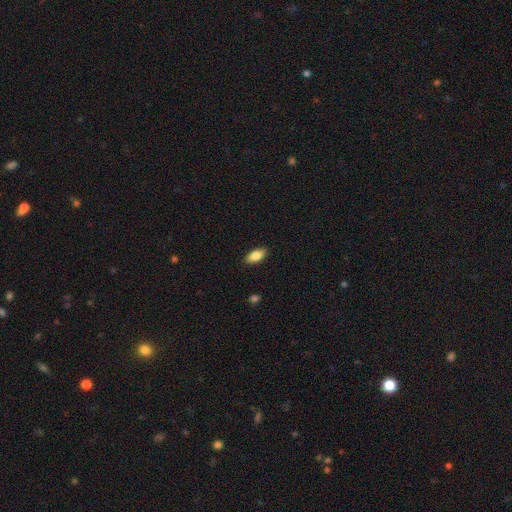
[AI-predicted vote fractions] Morphology: type=smooth (83%); roundness=in between (89%); merging=none (88%).